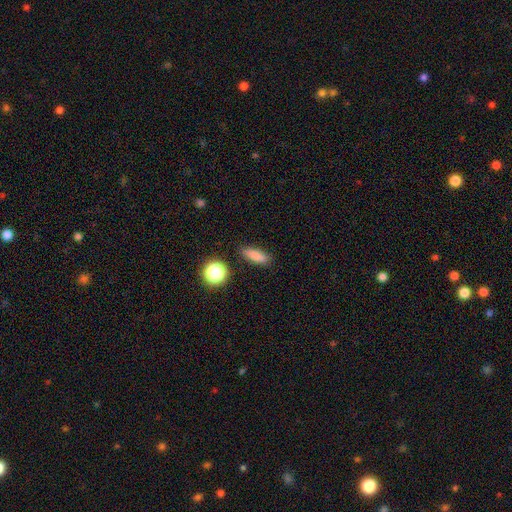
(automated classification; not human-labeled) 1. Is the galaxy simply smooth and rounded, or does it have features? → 79% smooth, 11% star or artifact, 10% featured or disk.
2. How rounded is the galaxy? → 48% in between, 44% cigar-shaped, 9% round.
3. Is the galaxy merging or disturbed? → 85% none, 10% minor disturbance, 3% major disturbance, 2% merger.